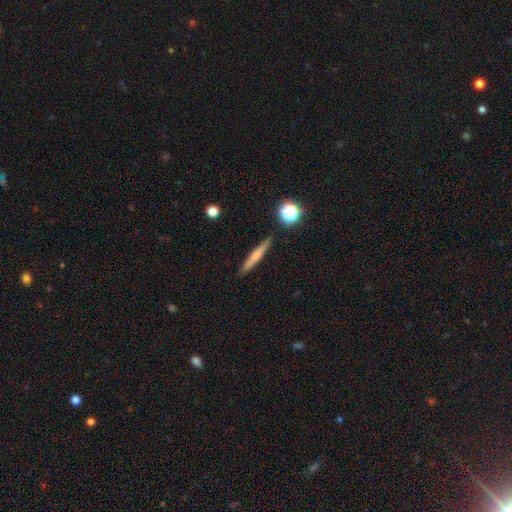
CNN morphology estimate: Overall: smooth (56%; featured or disk 36%). How rounded: cigar-shaped (93%). Merging: none (90%).